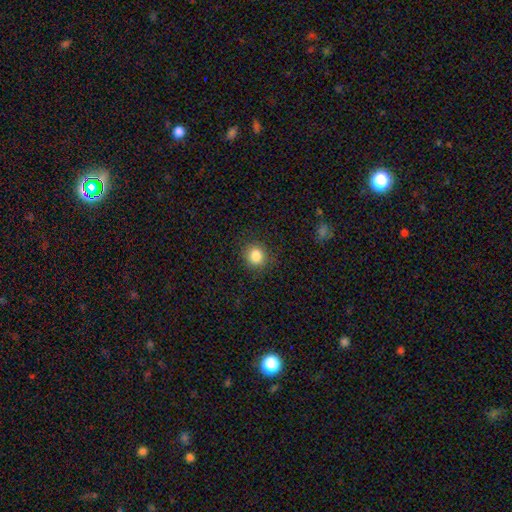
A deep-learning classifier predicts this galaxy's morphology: A smooth galaxy with no disk features (85%) that is round (82%).

Vote fractions:
- Smooth or featured? smooth: 85% / star or artifact: 10% / featured or disk: 5%
- How rounded? round: 82% / in between: 17% / cigar-shaped: 1%
- Merging? none: 87% / minor disturbance: 9% / major disturbance: 3% / merger: 1%